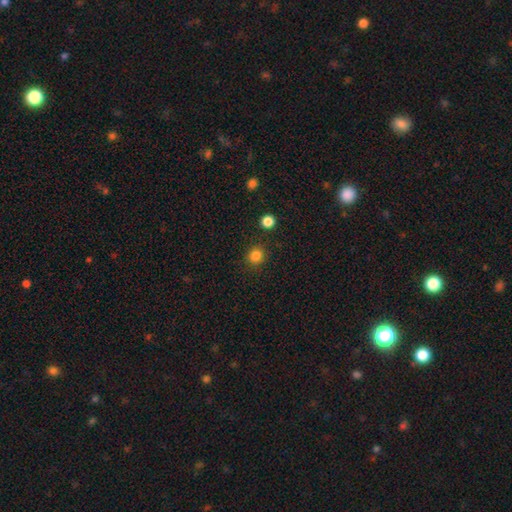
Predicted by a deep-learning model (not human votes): smooth_or_featured: smooth (p=0.84) [alt: star or artifact p=0.12]
how_rounded: round (p=0.90) [alt: in between p=0.09]
merging: none (p=0.89) [alt: minor disturbance p=0.06]